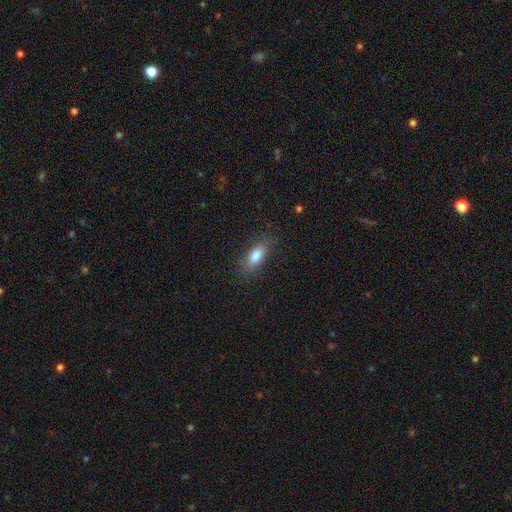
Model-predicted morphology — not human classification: Overall: smooth (83%). How rounded: in between (78%). Merging: none (79%).